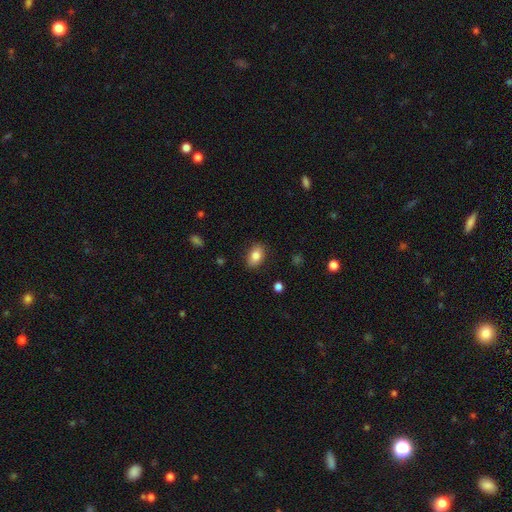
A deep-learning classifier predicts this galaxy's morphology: Smooth or featured?
  - smooth: 83% *
  - star or artifact: 8%
  - featured or disk: 8%
How rounded?
  - in between: 85% *
  - round: 13%
  - cigar-shaped: 2%
Merging?
  - none: 86% *
  - minor disturbance: 10%
  - major disturbance: 3%
  - merger: 1%